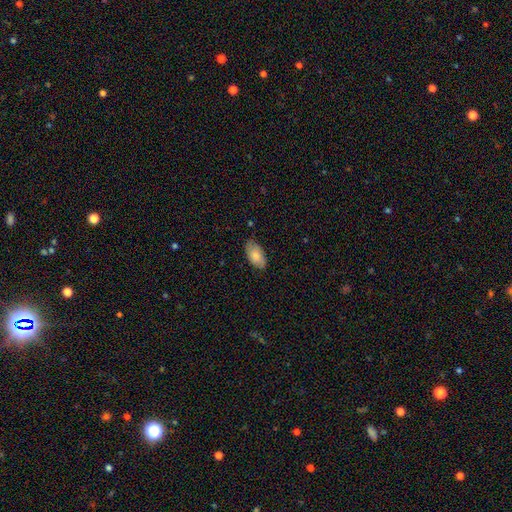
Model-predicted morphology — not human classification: smooth-or-featured: smooth: 79% | featured or disk: 14% | star or artifact: 6%
  how-rounded: in between: 95% | round: 3% | cigar-shaped: 2%
  merging: none: 76% | minor disturbance: 20% | major disturbance: 3% | merger: 1%